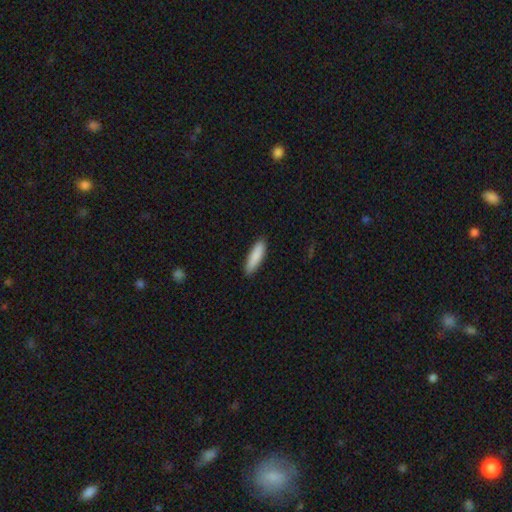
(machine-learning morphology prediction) The model was most divided on "how rounded": cigar-shaped: 65%, in between: 34%, round: 1%. More confident: merging — none (89%); smooth or featured — smooth (88%).